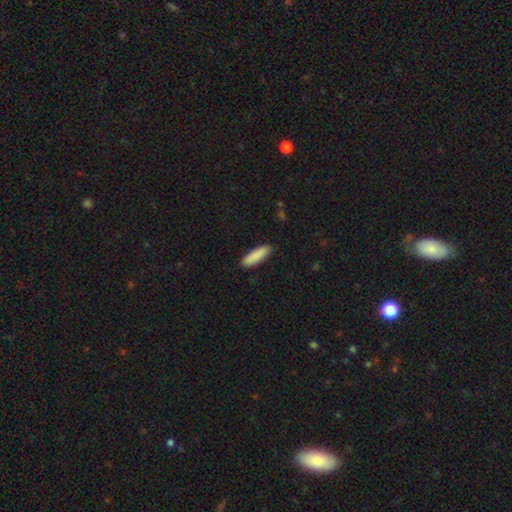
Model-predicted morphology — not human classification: smooth_or_featured: smooth (p=0.89) [alt: star or artifact p=0.06]
how_rounded: cigar-shaped (p=0.59) [alt: in between p=0.39]
merging: none (p=0.89) [alt: minor disturbance p=0.08]